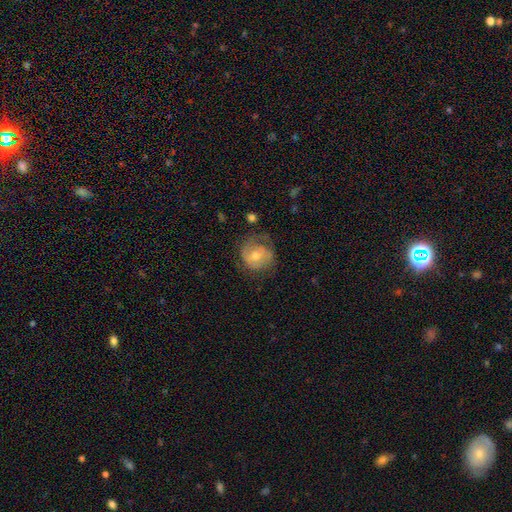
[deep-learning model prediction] smooth 48%, featured or disk 45%, star or artifact 7%. Down the decision tree: merging — none (50%).